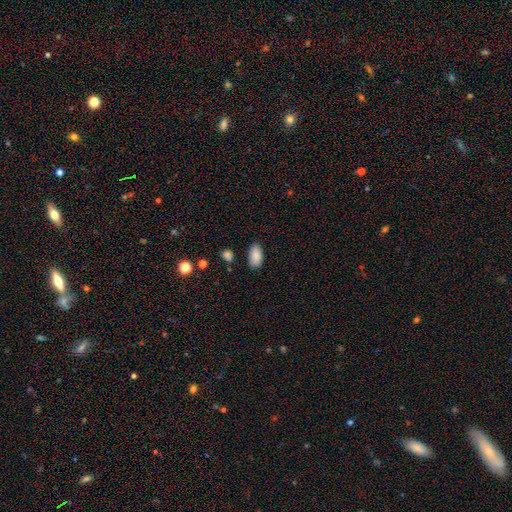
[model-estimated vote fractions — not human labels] The model was most divided on "merging": none: 81%, minor disturbance: 13%, major disturbance: 3%, merger: 2%. More confident: how rounded — in between (93%); smooth or featured — smooth (88%).